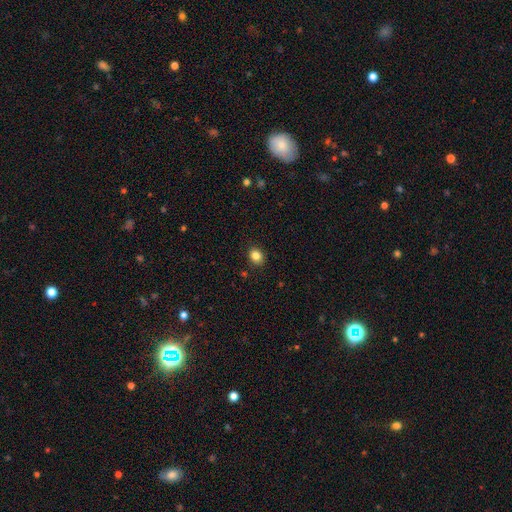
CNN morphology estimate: A smooth galaxy with no disk features (85%) that is round (53%). Merging: none (89%).